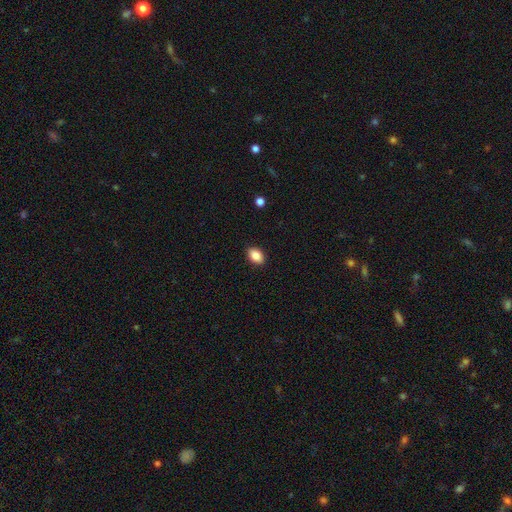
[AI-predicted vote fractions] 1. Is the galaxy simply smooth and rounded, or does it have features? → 87% smooth, 8% star or artifact, 5% featured or disk.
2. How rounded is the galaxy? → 83% in between, 15% round, 1% cigar-shaped.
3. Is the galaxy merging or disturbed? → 90% none, 8% minor disturbance, 2% major disturbance, 1% merger.